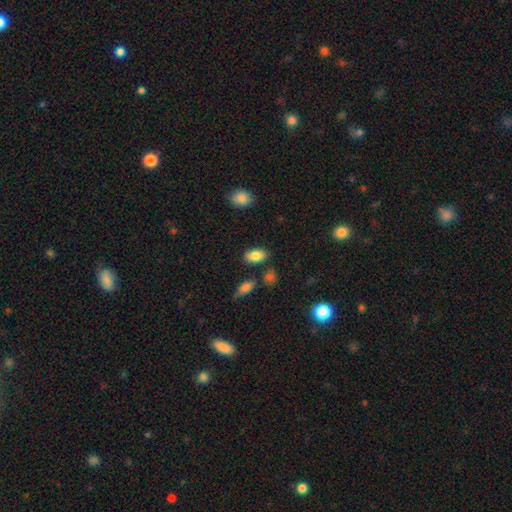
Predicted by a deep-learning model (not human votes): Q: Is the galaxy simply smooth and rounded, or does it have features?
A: smooth — 85%.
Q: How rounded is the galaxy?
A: in between — 92%.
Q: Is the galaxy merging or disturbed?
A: none — 80%.